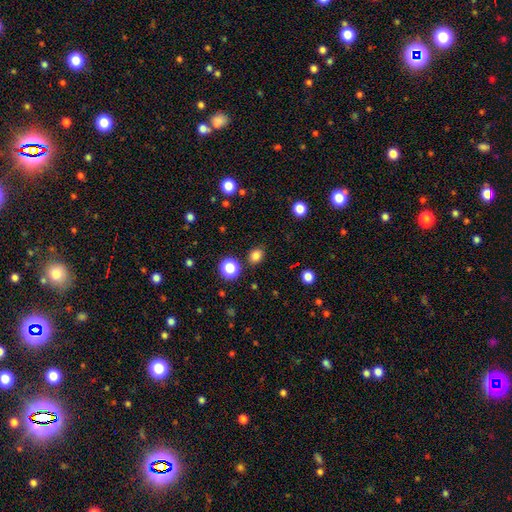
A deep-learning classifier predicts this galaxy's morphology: smooth-or-featured: smooth: 81% | star or artifact: 14% | featured or disk: 4%
  how-rounded: round: 59% | in between: 40% | cigar-shaped: 1%
  merging: none: 86% | minor disturbance: 9% | merger: 3% | major disturbance: 3%